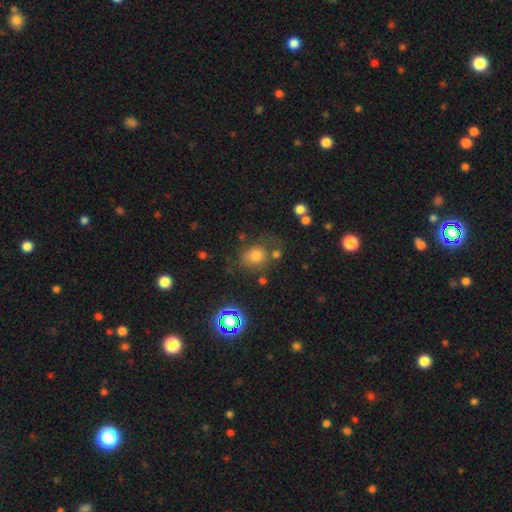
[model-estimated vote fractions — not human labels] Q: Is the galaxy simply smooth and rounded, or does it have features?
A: smooth — 71%.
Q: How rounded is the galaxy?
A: round — 70%.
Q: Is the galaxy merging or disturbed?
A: none — 64%.